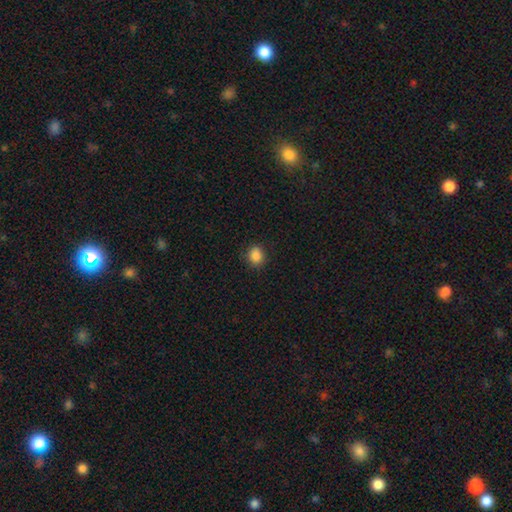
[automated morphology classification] This appears to be a smooth galaxy with no disk features (85%) that is round (73%). Merging: none (85%).